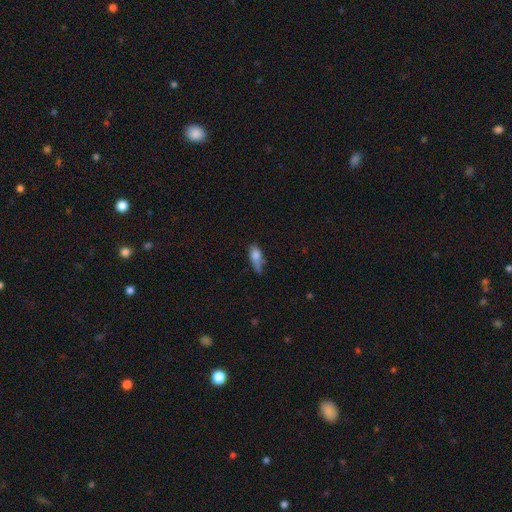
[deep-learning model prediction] smooth-or-featured: smooth: 74% | featured or disk: 17% | star or artifact: 9%
  how-rounded: in between: 72% | cigar-shaped: 23% | round: 5%
  merging: minor disturbance: 41% | none: 38% | major disturbance: 16% | merger: 5%